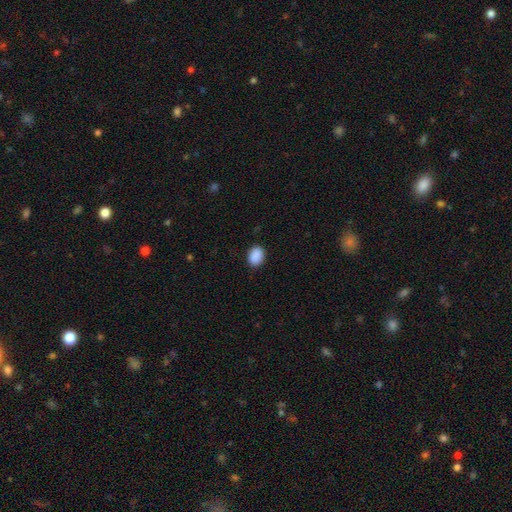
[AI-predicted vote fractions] Overall: smooth (90%). How rounded: in between (71%). Merging: none (87%).